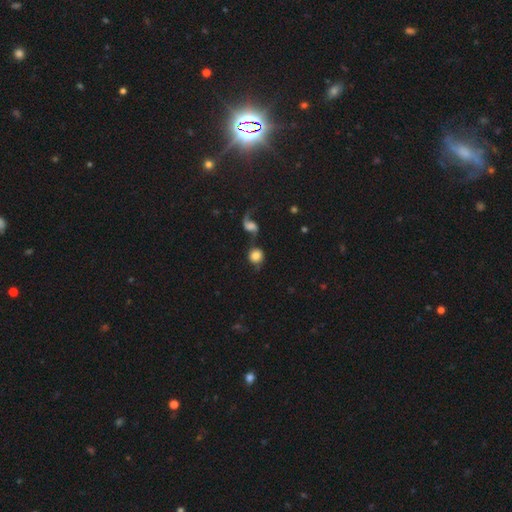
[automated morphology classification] Q: Smooth or featured?
A: smooth (74%); runner-up: featured or disk (18%)
Q: How rounded?
A: round (89%); runner-up: in between (10%)
Q: Merging?
A: none (52%); runner-up: merger (26%)